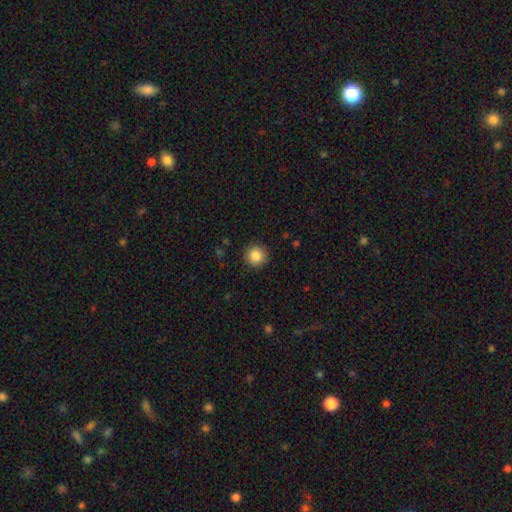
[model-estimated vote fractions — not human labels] A smooth galaxy with no disk features (86%) that is round (95%). Merging: none (91%).